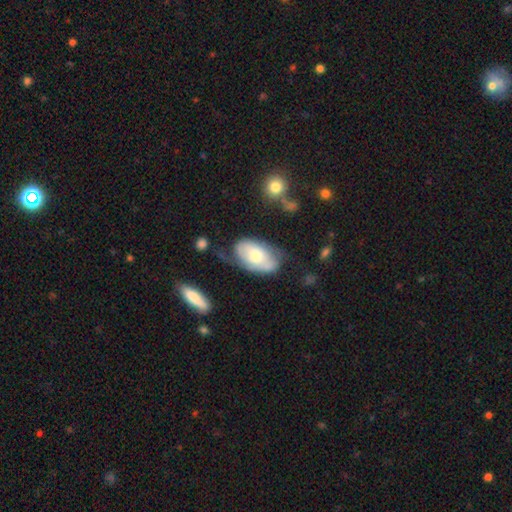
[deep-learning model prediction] Smooth or featured?
  - featured or disk: 47% *
  - smooth: 46%
  - star or artifact: 6%
Merging?
  - none: 48% *
  - minor disturbance: 30%
  - major disturbance: 18%
  - merger: 5%